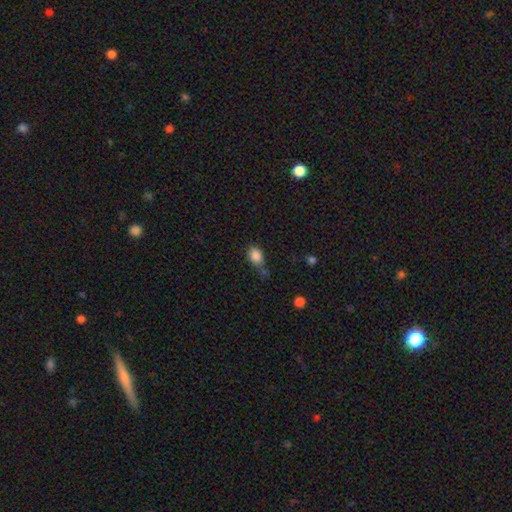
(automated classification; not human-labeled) Smooth or featured? smooth (84%)
How rounded? in between (72%)
Merging? none (44%)